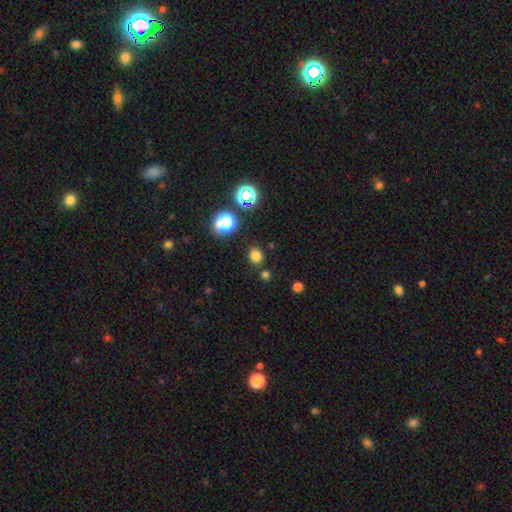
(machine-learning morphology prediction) The model was most divided on "how rounded": round: 75%, in between: 24%, cigar-shaped: 1%. More confident: merging — none (84%); smooth or featured — smooth (76%).